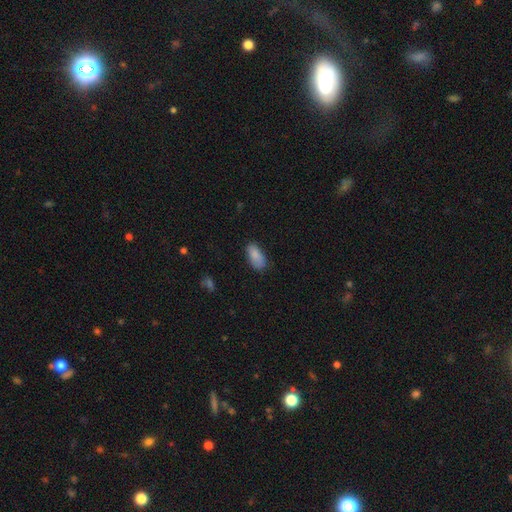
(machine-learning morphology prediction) Smooth or featured? Predicted: smooth (p=0.87). How rounded? Predicted: in between (p=0.91). Merging? Predicted: none (p=0.74).